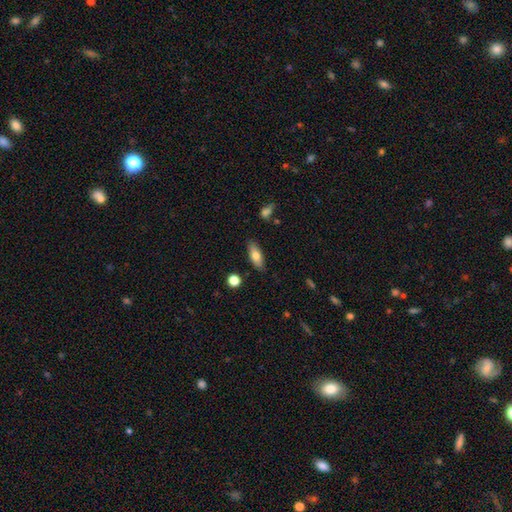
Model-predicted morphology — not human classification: smooth-or-featured: smooth: 72% | featured or disk: 21% | star or artifact: 7%
  how-rounded: in between: 73% | cigar-shaped: 24% | round: 3%
  merging: none: 85% | minor disturbance: 11% | major disturbance: 2% | merger: 2%